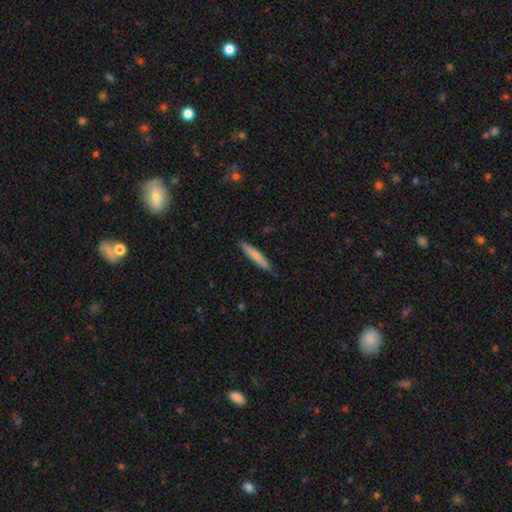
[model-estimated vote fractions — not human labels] smooth_or_featured: smooth (p=0.75) [alt: featured or disk p=0.20]
how_rounded: cigar-shaped (p=0.93) [alt: in between p=0.06]
merging: none (p=0.85) [alt: minor disturbance p=0.12]